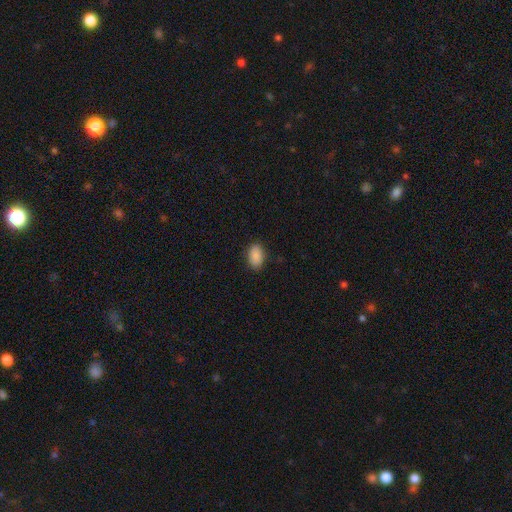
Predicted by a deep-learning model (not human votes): The model was most divided on "merging": none: 85%, minor disturbance: 11%, major disturbance: 2%, merger: 1%. More confident: how rounded — in between (89%); smooth or featured — smooth (88%).